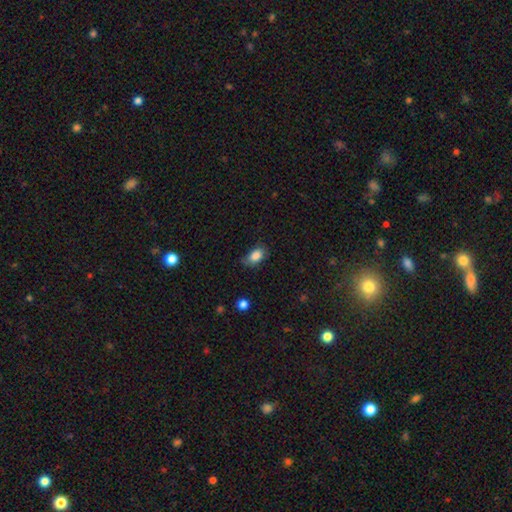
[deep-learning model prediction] Morphology: type=smooth (85%); roundness=in between (85%); merging=none (64%).